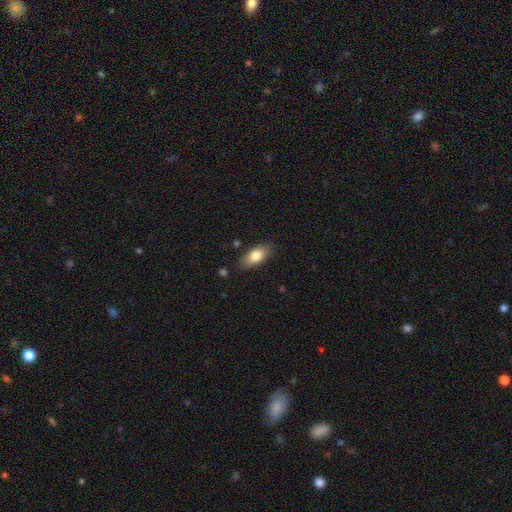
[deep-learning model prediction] A smooth galaxy with no disk features (79%) that is in between round and cigar-shaped (87%).

Vote fractions:
- Smooth or featured? smooth: 79% / featured or disk: 14% / star or artifact: 7%
- How rounded? in between: 87% / cigar-shaped: 9% / round: 4%
- Merging? none: 84% / minor disturbance: 12% / major disturbance: 3% / merger: 2%